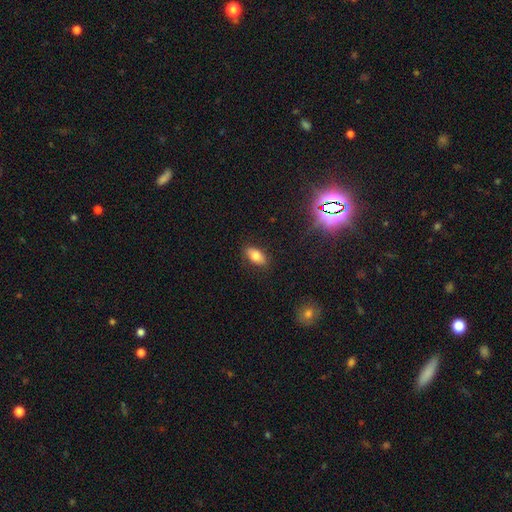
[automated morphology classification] This is likely a smooth galaxy (79%). How rounded: clearly in between (89%). Merging: clearly none (87%).